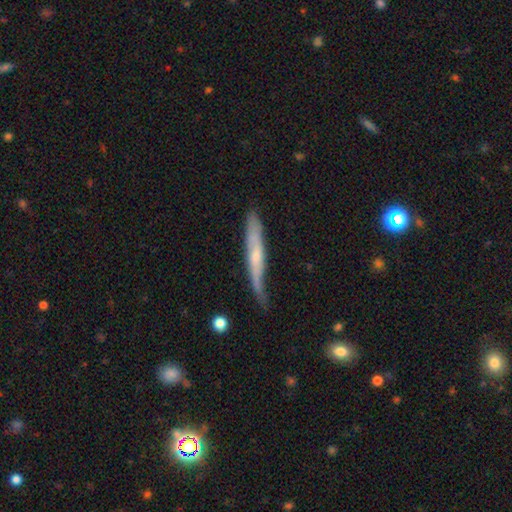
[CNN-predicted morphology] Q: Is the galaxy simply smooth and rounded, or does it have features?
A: featured or disk — 56%.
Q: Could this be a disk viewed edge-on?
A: yes — 79%.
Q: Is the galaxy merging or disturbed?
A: none — 53%.